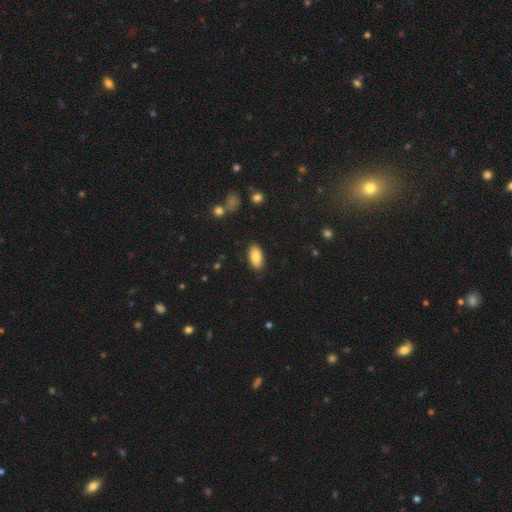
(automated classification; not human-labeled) A smooth galaxy with no disk features (84%) that is in between round and cigar-shaped (92%). Merging: none (87%).